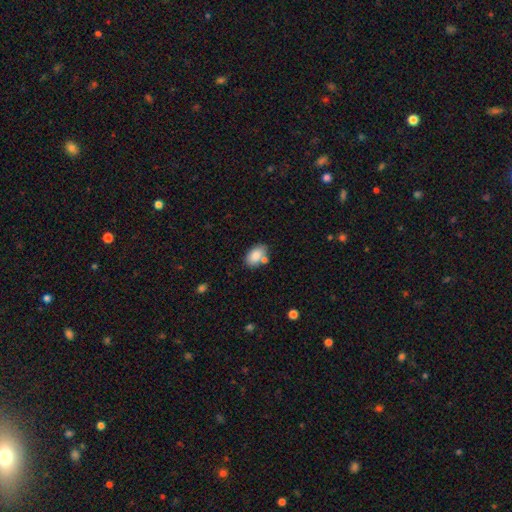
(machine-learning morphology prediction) Overall: smooth (86%). How rounded: in between (90%). Merging: none (65%).